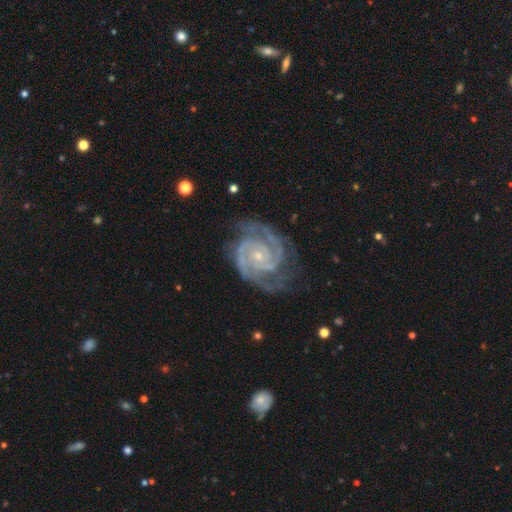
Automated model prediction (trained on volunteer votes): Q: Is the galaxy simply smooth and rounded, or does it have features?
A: featured or disk — 91%.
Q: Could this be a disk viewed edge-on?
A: no — 98%.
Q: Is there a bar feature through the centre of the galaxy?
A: no — 64%.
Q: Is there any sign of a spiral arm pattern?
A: yes — 99%.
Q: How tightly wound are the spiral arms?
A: tight — 73%.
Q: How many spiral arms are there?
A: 2 — 71%.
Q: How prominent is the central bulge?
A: small — 77%.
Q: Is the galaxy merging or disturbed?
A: none — 78%.